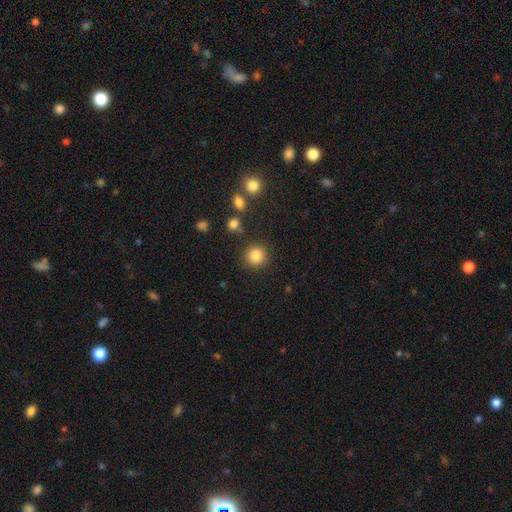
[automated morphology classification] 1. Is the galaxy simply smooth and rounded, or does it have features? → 86% smooth, 10% star or artifact, 4% featured or disk.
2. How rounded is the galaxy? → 93% round, 7% in between, 1% cigar-shaped.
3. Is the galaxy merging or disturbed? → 87% none, 7% minor disturbance, 3% major disturbance, 3% merger.